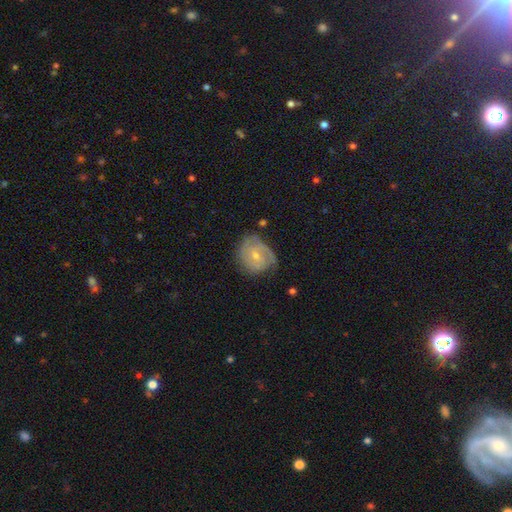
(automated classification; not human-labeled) Overall: featured or disk (73%). Edge-on disk: no (97%). Bar: no (50%; weak 43%). Spiral arms: yes (90%). Spiral arm count: 2 (46%; can't tell 24%). Spiral winding: tight (55%; medium 35%). Bulge size: small (58%; moderate 38%). Merging: none (61%; minor disturbance 27%).